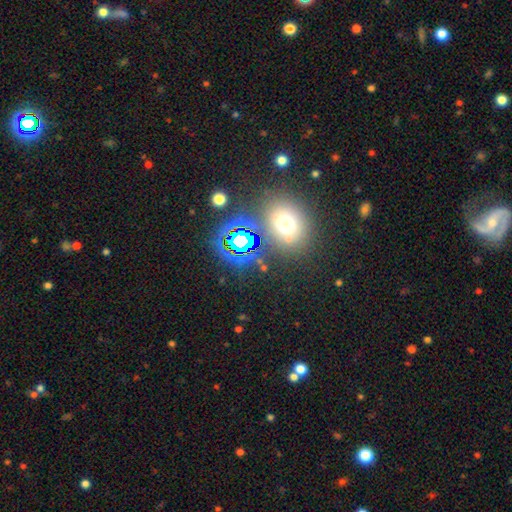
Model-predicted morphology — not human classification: Smooth or featured?
  - star or artifact: 47% *
  - smooth: 41%
  - featured or disk: 12%